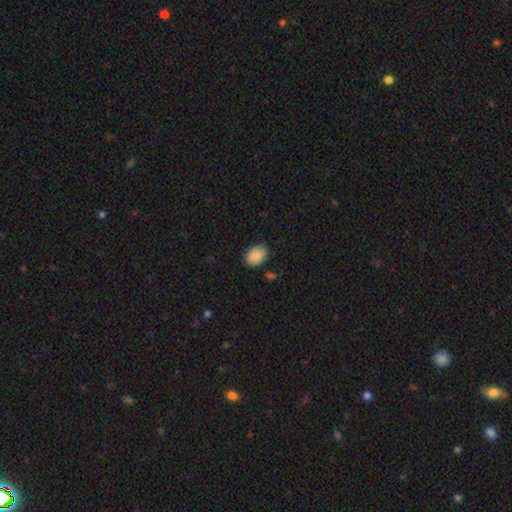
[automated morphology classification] A smooth galaxy with no disk features (89%) that is in between round and cigar-shaped (82%).

Vote fractions:
- Smooth or featured? smooth: 89% / star or artifact: 7% / featured or disk: 4%
- How rounded? in between: 82% / round: 17% / cigar-shaped: 1%
- Merging? none: 84% / minor disturbance: 12% / major disturbance: 2% / merger: 2%